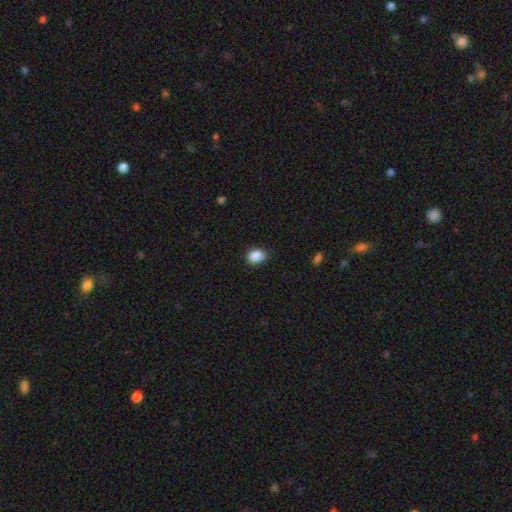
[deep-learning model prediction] Smooth or featured? smooth (89%)
How rounded? in between (68%)
Merging? none (82%)